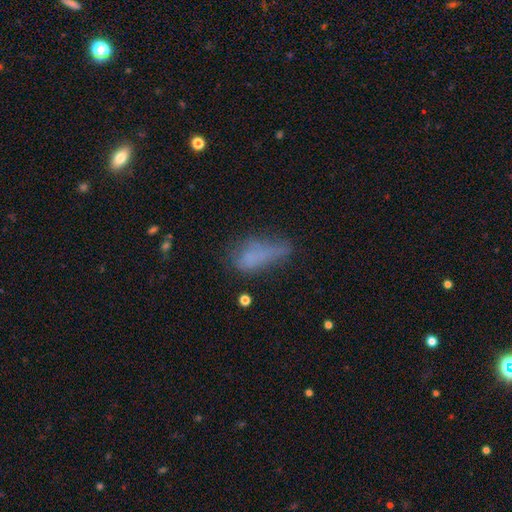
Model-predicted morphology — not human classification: The model was most divided on "merging": none: 33%, major disturbance: 31%, minor disturbance: 31%, merger: 5%. More confident: how rounded — in between (71%); smooth or featured — smooth (63%).